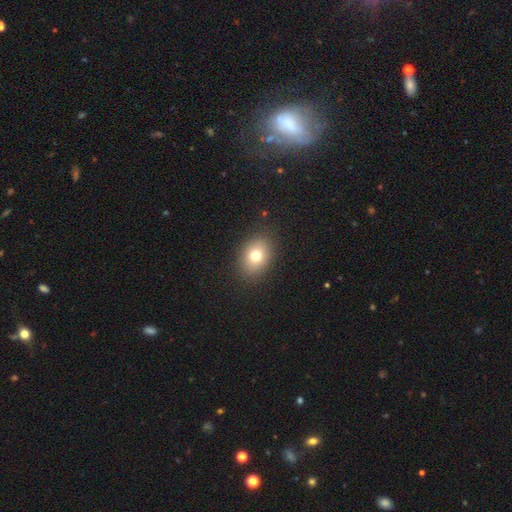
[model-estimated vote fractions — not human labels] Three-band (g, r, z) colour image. It shows a smooth galaxy with no disk features (75%) that is in between round and cigar-shaped (67%). Merging: none (87%).